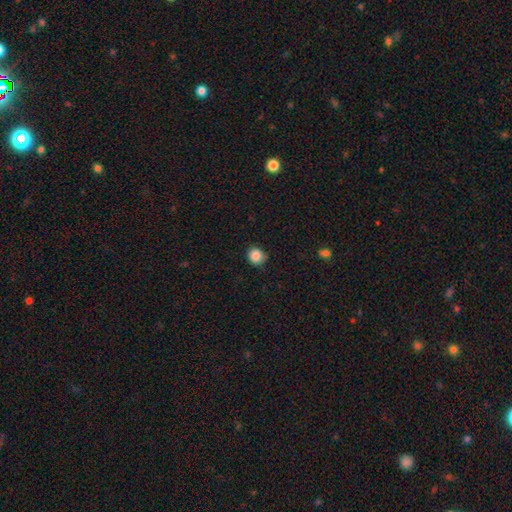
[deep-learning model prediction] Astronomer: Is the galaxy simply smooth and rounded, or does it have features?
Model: smooth — 87%.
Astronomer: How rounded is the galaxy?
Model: round — 87%.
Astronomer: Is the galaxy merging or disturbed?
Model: none — 80%.